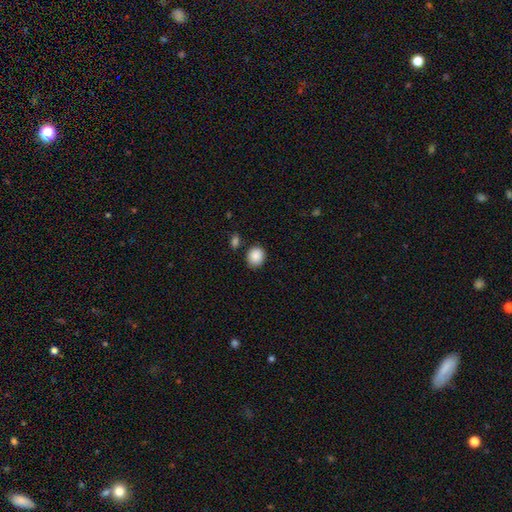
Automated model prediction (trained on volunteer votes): A smooth galaxy with no disk features (89%) that is round (68%). Merging: none (81%).